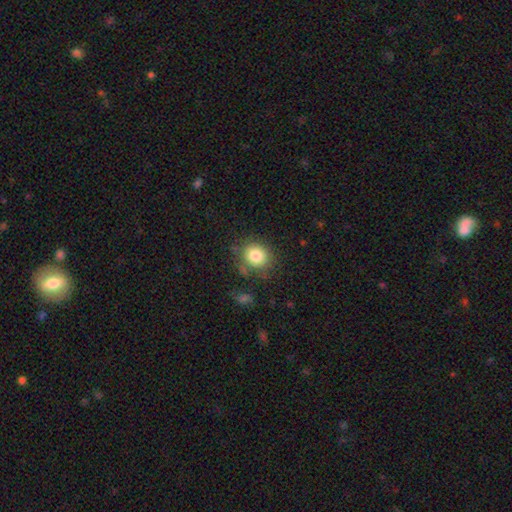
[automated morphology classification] Smooth or featured? smooth (83%)
How rounded? round (70%)
Merging? none (75%)